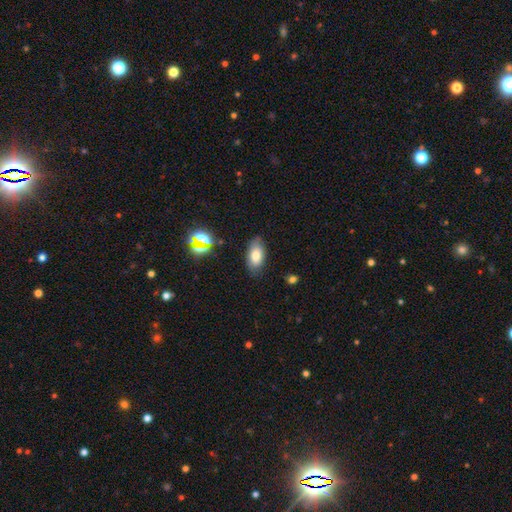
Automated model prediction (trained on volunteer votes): Smooth or featured: smooth — 76% (featured or disk — 13%)
How rounded: in between — 91% (round — 5%)
Merging: none — 79% (minor disturbance — 16%)